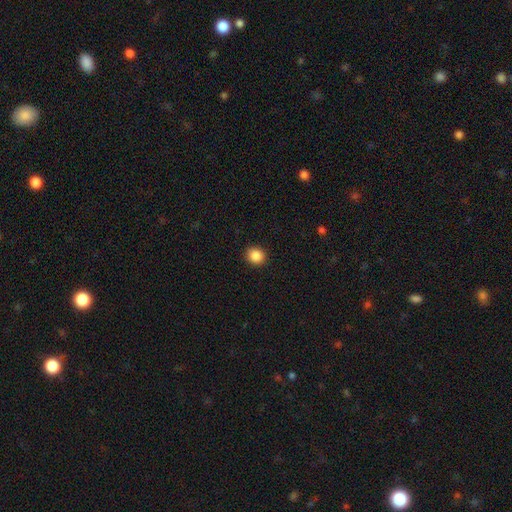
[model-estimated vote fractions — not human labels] Smooth or featured?
  - smooth: 87% *
  - star or artifact: 10%
  - featured or disk: 3%
How rounded?
  - round: 83% *
  - in between: 16%
  - cigar-shaped: 1%
Merging?
  - none: 92% *
  - minor disturbance: 5%
  - major disturbance: 2%
  - merger: 1%